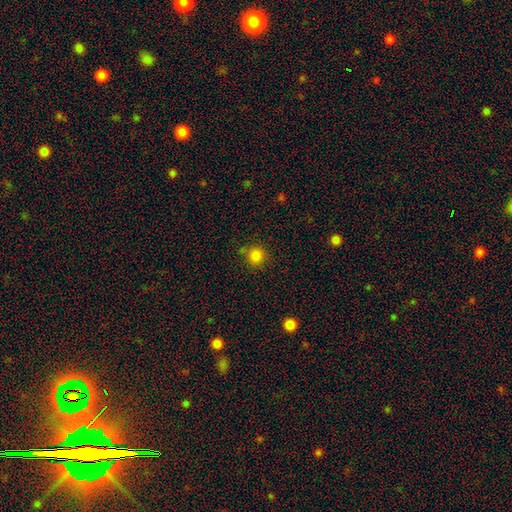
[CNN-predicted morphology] type=smooth (83%); roundness=round (92%); merging=none (78%).